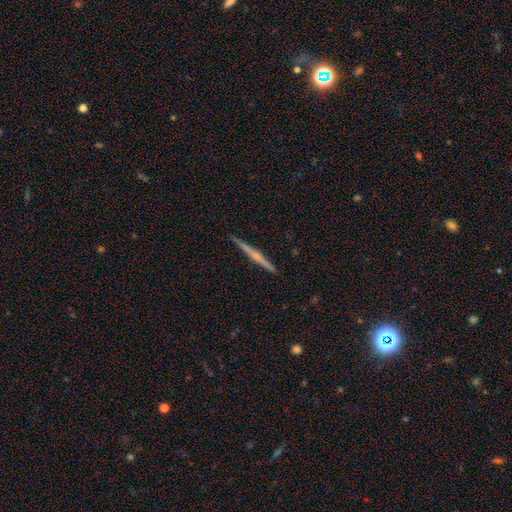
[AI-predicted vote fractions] This is likely a featured or disk galaxy (71%). It is clearly viewed edge-on (98%). Edge-on bulge: likely rounded (62%). Merging: clearly none (91%).